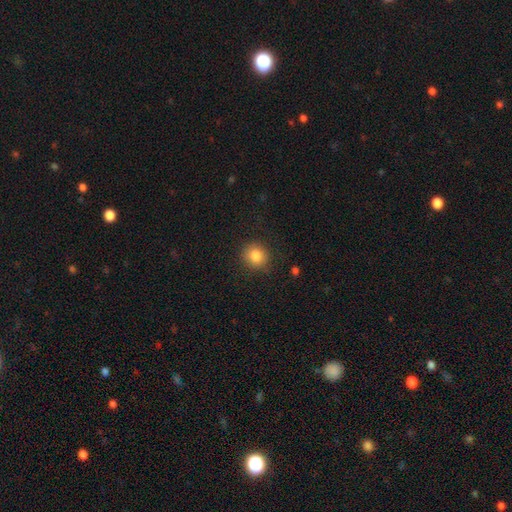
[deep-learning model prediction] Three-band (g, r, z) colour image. It shows a smooth galaxy with no disk features (83%) that is round (88%). Merging: none (88%).